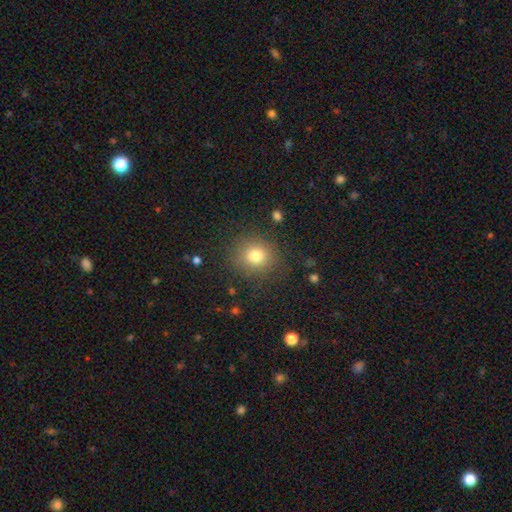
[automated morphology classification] smooth 77%, star or artifact 14%, featured or disk 9%. Down the decision tree: how rounded — round (85%); merging — none (85%).